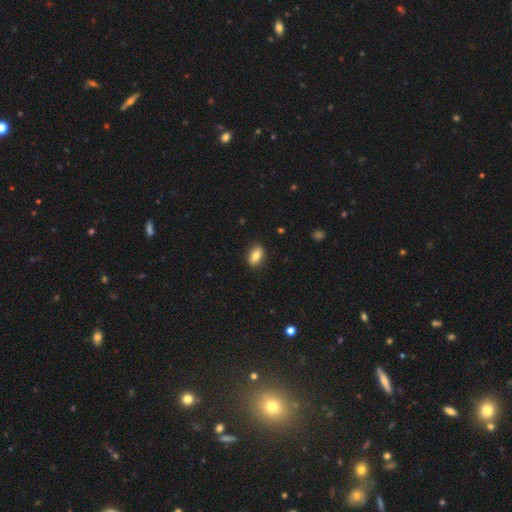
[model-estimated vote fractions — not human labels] A smooth galaxy with no disk features (81%) that is in between round and cigar-shaped (87%).

Vote fractions:
- Smooth or featured? smooth: 81% / featured or disk: 11% / star or artifact: 8%
- How rounded? in between: 87% / round: 8% / cigar-shaped: 5%
- Merging? none: 87% / minor disturbance: 10% / major disturbance: 2% / merger: 1%